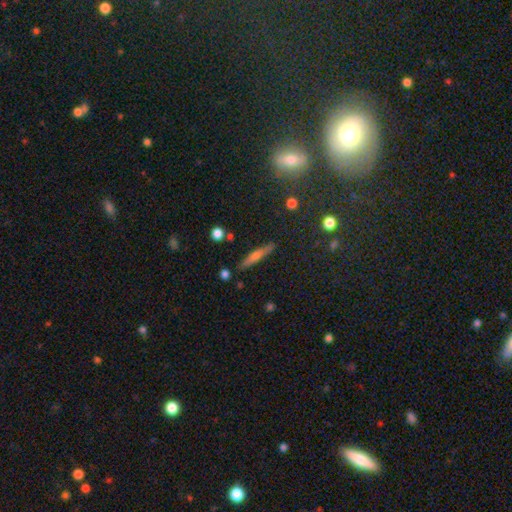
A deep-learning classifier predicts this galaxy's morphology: This appears to be a featured or disk galaxy (56%) viewed edge-on (94%) with a rounded central bulge (81%). Merging: none (87%).